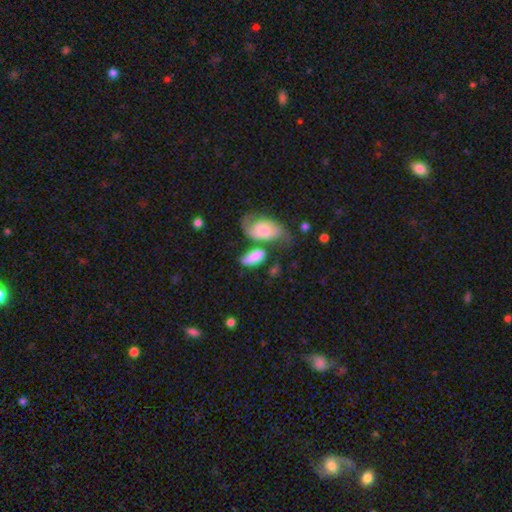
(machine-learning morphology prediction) Smooth or featured? Predicted: smooth (p=0.73). How rounded? Predicted: in between (p=0.88). Merging? Predicted: none (p=0.41).